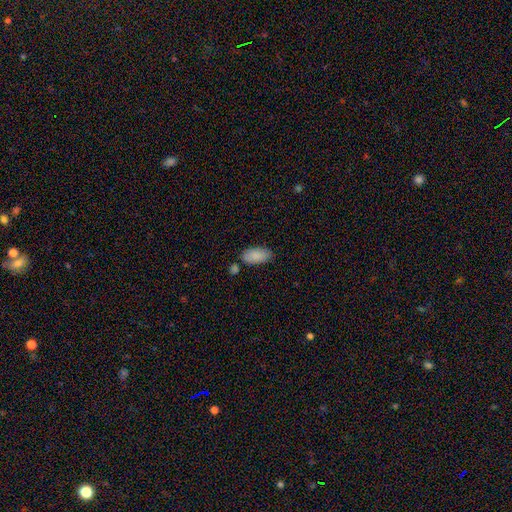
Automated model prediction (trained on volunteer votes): Smooth or featured? smooth (88%)
How rounded? in between (93%)
Merging? none (73%)